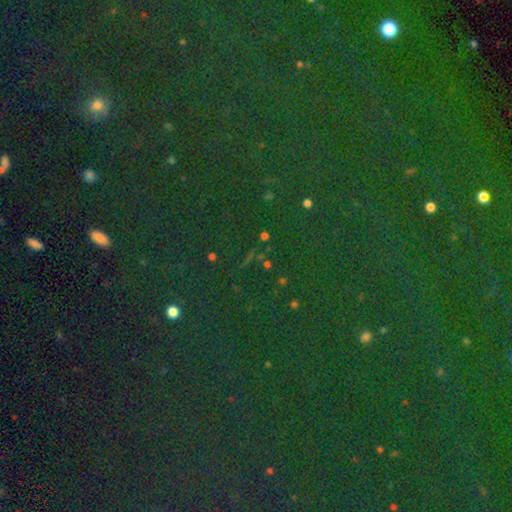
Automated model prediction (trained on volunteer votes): smooth_or_featured: star or artifact (p=0.80) [alt: smooth p=0.12]